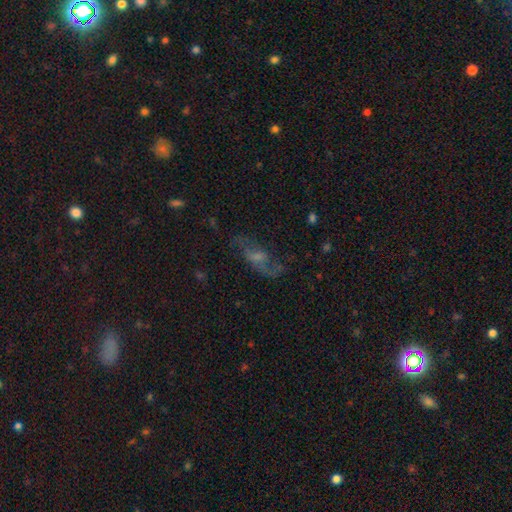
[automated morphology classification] smooth_or_featured: featured or disk (p=0.63) [alt: smooth p=0.22]
disk_edge_on: no (p=0.88) [alt: yes p=0.12]
bar: no (p=0.50) [alt: weak p=0.40]
has_spiral_arms: yes (p=0.79) [alt: no p=0.21]
bulge_size: small (p=0.43) [alt: moderate p=0.33]
merging: none (p=0.61) [alt: minor disturbance p=0.19]